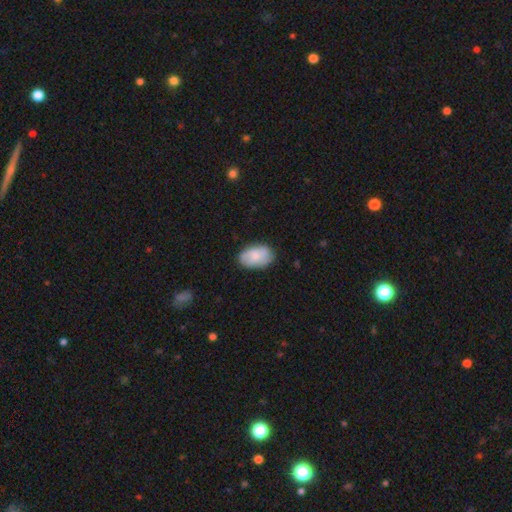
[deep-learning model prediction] A smooth galaxy with no disk features (63%) that is in between round and cigar-shaped (89%).

Vote fractions:
- Smooth or featured? smooth: 63% / featured or disk: 31% / star or artifact: 7%
- How rounded? in between: 89% / round: 9% / cigar-shaped: 1%
- Merging? none: 74% / minor disturbance: 20% / major disturbance: 5% / merger: 2%